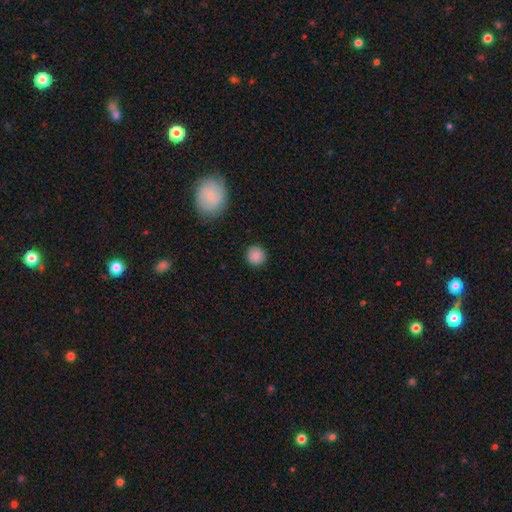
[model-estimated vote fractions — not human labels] Smooth or featured? Predicted: smooth (p=0.86). How rounded? Predicted: round (p=0.92). Merging? Predicted: none (p=0.90).